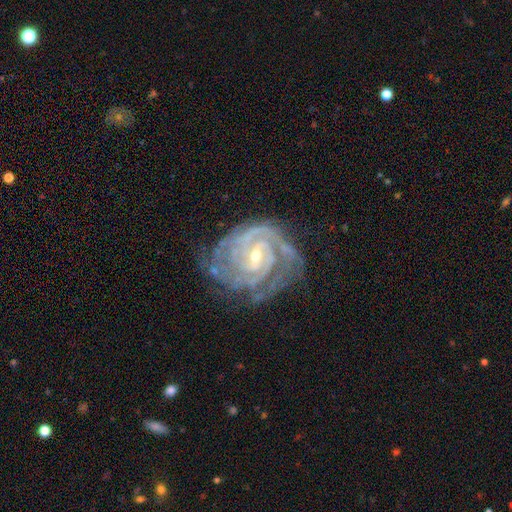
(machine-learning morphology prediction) Smooth or featured?
  - featured or disk: 92% *
  - star or artifact: 5%
  - smooth: 3%
Edge-on disk?
  - no: 97% *
  - yes: 3%
Bar?
  - weak: 51% *
  - no: 26%
  - strong: 23%
Spiral arms?
  - yes: 98% *
  - no: 2%
Spiral winding?
  - tight: 75% *
  - medium: 22%
  - loose: 3%
Spiral arm count?
  - 2: 36% *
  - 3: 26%
  - can't tell: 16%
  - 4: 11%
  - more than 4: 5%
  - 1: 5%
Bulge size?
  - small: 60% *
  - moderate: 37%
  - large: 1%
  - none: 1%
  - dominant: 1%
Merging?
  - none: 64% *
  - minor disturbance: 23%
  - major disturbance: 11%
  - merger: 2%